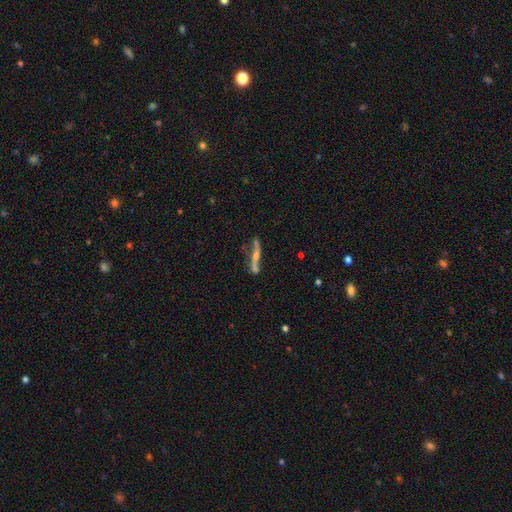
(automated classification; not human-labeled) A featured or disk galaxy (70%) viewed edge-on (71%) with a rounded central bulge (72%).

Vote fractions:
- Smooth or featured? featured or disk: 70% / smooth: 22% / star or artifact: 8%
- Edge-on disk? yes: 71% / no: 29%
- Edge-on bulge? rounded: 72% / none: 18% / boxy: 10%
- Merging? none: 58% / minor disturbance: 21% / merger: 11% / major disturbance: 10%